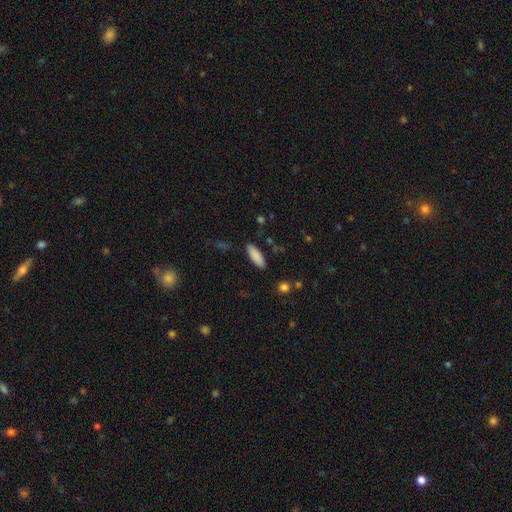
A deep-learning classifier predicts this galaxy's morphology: This appears to be a smooth galaxy with no disk features (89%) that is in between round and cigar-shaped (64%). Merging: none (88%).